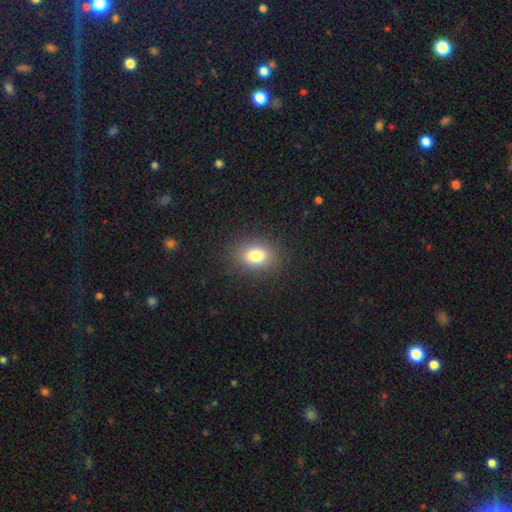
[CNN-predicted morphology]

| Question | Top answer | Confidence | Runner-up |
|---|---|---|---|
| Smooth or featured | smooth | 79% | star or artifact (12%) |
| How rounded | in between | 63% | round (36%) |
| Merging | none | 88% | minor disturbance (8%) |